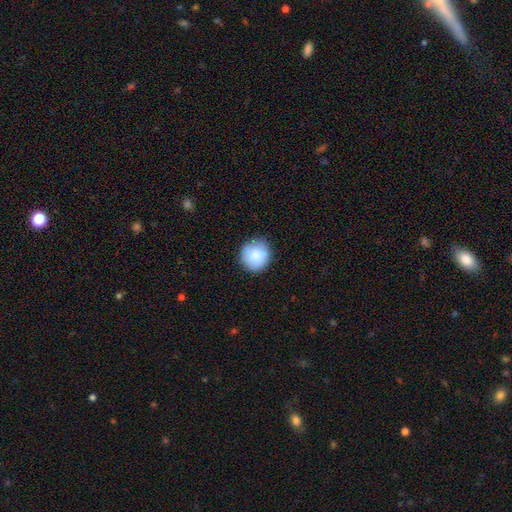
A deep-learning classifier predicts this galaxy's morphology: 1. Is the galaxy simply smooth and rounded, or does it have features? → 83% smooth, 10% featured or disk, 7% star or artifact.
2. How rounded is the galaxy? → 89% round, 10% in between, 1% cigar-shaped.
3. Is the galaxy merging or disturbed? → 85% none, 12% minor disturbance, 2% major disturbance, 1% merger.